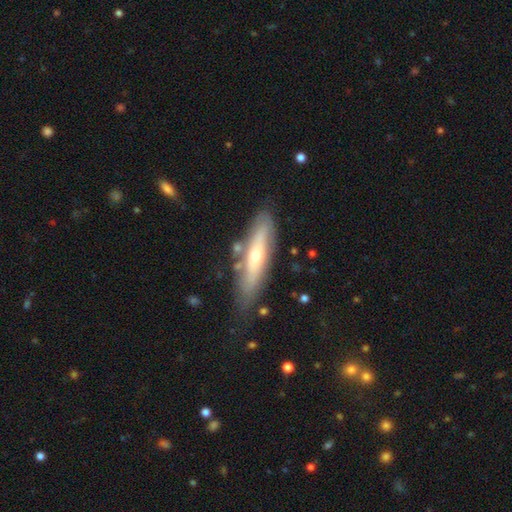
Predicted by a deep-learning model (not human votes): Smooth or featured? featured or disk (56%)
Edge-on disk? yes (64%)
Merging? none (74%)